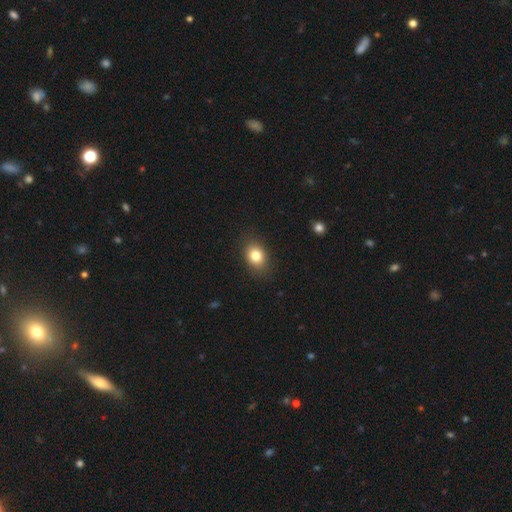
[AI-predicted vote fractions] smooth-or-featured: smooth: 81% | star or artifact: 10% | featured or disk: 9%
  how-rounded: in between: 66% | round: 33% | cigar-shaped: 1%
  merging: none: 86% | minor disturbance: 10% | major disturbance: 3% | merger: 1%